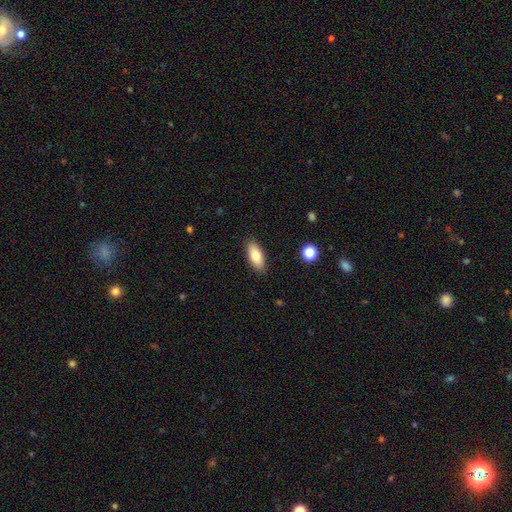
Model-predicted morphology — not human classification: Smooth or featured?
  - smooth: 77% *
  - featured or disk: 16%
  - star or artifact: 7%
How rounded?
  - in between: 82% *
  - cigar-shaped: 15%
  - round: 3%
Merging?
  - none: 88% *
  - minor disturbance: 8%
  - major disturbance: 2%
  - merger: 1%